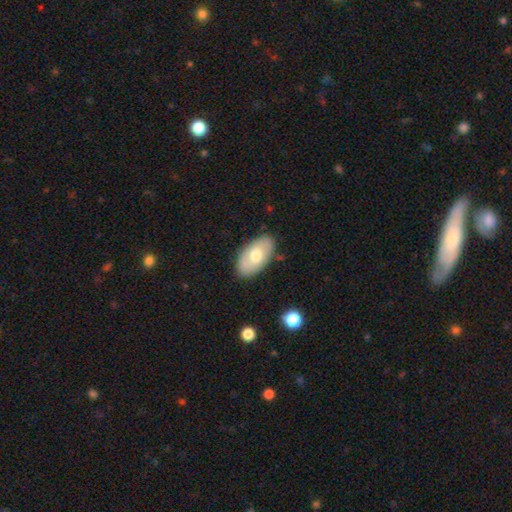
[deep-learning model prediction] Overall: smooth (62%; featured or disk 32%). How rounded: in between (94%). Merging: none (83%).